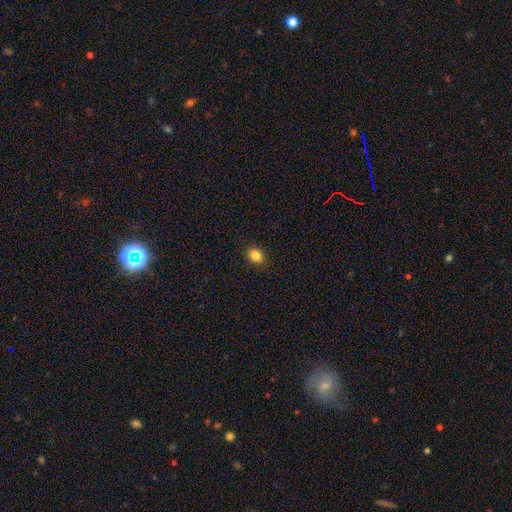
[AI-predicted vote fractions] A smooth galaxy with no disk features (85%) that is in between round and cigar-shaped (50%).

Vote fractions:
- Smooth or featured? smooth: 85% / star or artifact: 11% / featured or disk: 4%
- How rounded? in between: 50% / round: 49% / cigar-shaped: 1%
- Merging? none: 90% / minor disturbance: 7% / major disturbance: 2% / merger: 1%